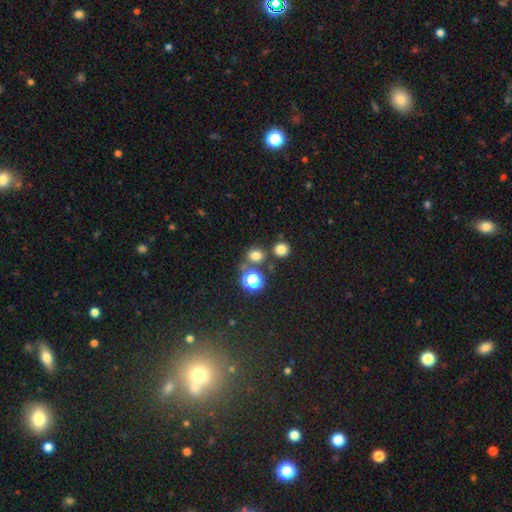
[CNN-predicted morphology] Q: Smooth or featured?
A: smooth (71%); runner-up: star or artifact (22%)
Q: How rounded?
A: round (75%); runner-up: in between (24%)
Q: Merging?
A: none (72%); runner-up: merger (15%)